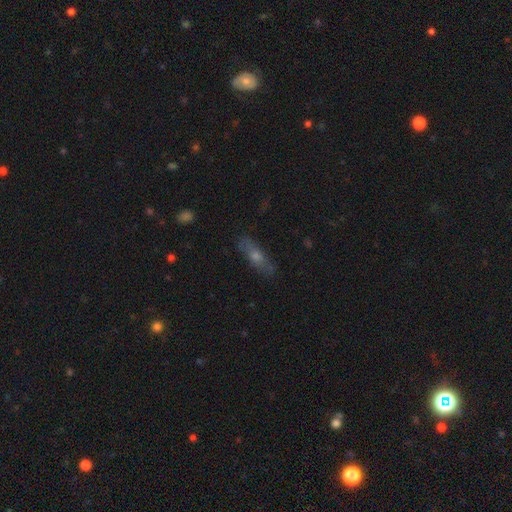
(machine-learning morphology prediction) Smooth or featured? featured or disk (44%, tied with smooth)
Merging? none (82%)